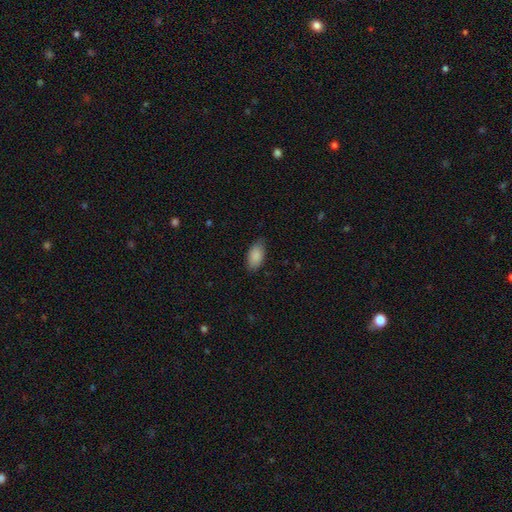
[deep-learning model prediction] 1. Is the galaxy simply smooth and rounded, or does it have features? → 88% smooth, 6% star or artifact, 5% featured or disk.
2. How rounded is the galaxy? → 93% in between, 3% cigar-shaped, 3% round.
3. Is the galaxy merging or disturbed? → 79% none, 17% minor disturbance, 3% major disturbance, 1% merger.